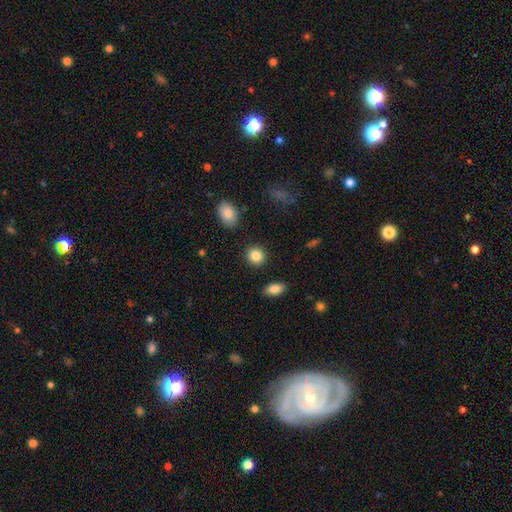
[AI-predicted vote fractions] This appears to be a smooth galaxy with no disk features (87%) that is round (83%). Merging: none (89%).